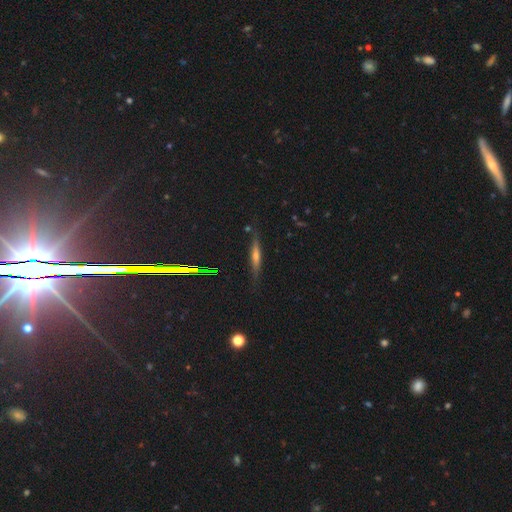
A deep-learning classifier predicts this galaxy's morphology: type=featured or disk (53%); edge-on=yes (94%); merging=none (84%).